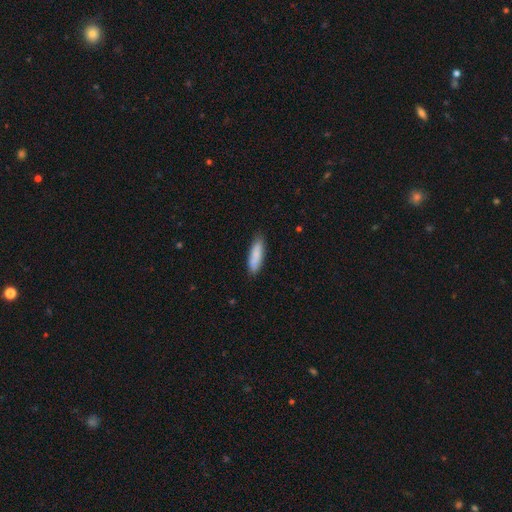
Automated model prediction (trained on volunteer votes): Smooth or featured? smooth (87%)
How rounded? cigar-shaped (62%)
Merging? none (86%)